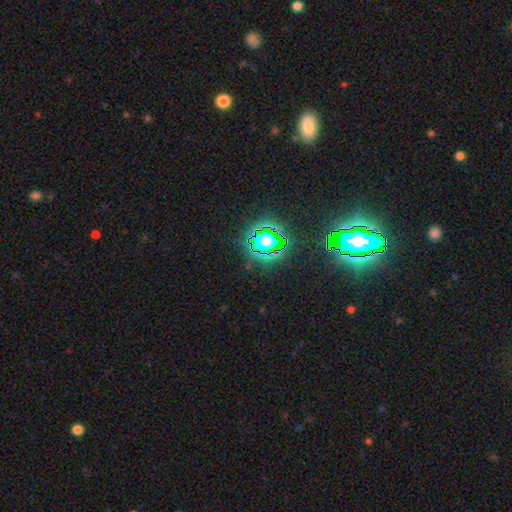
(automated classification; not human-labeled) Overall: star or artifact (82%).